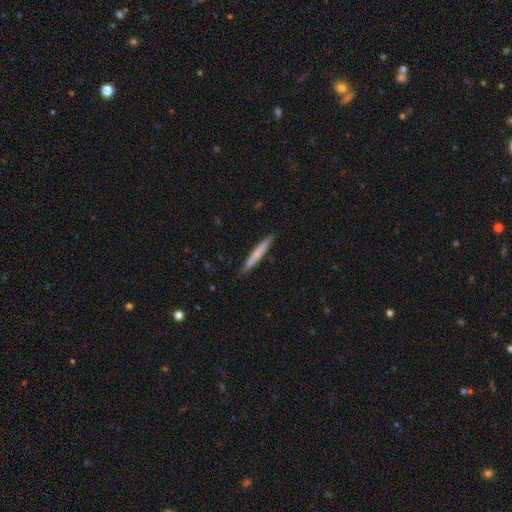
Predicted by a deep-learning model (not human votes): Morphology: type=smooth (67%); roundness=cigar-shaped (96%); merging=none (90%).